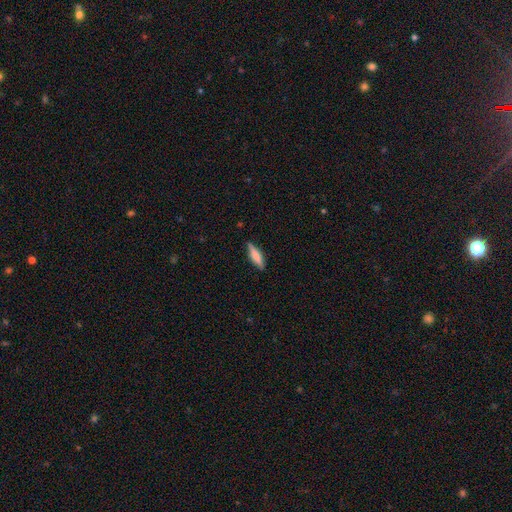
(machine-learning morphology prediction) smooth-or-featured: smooth: 70% | featured or disk: 24% | star or artifact: 6%
  how-rounded: cigar-shaped: 65% | in between: 33% | round: 2%
  merging: none: 85% | minor disturbance: 12% | major disturbance: 2% | merger: 1%